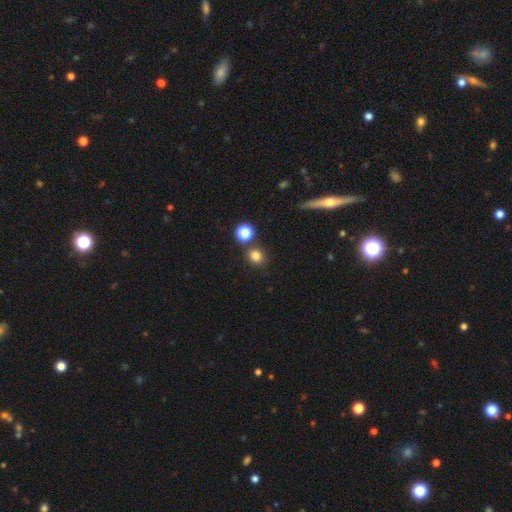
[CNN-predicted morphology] This appears to be a smooth galaxy with no disk features (80%) that is round (84%). Merging: none (78%).